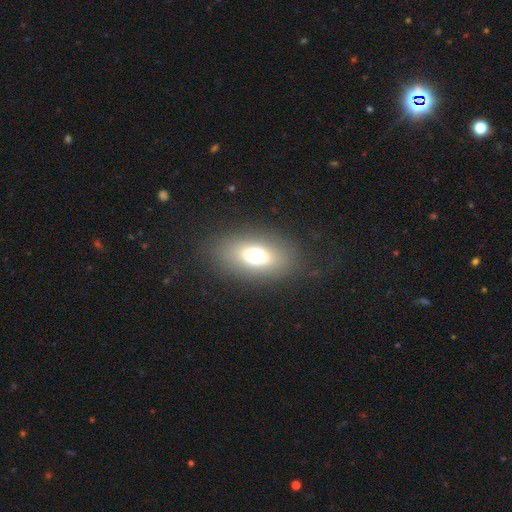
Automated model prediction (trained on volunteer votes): Smooth or featured: smooth — 64% (featured or disk — 21%)
How rounded: in between — 78% (round — 19%)
Merging: none — 82% (minor disturbance — 10%)